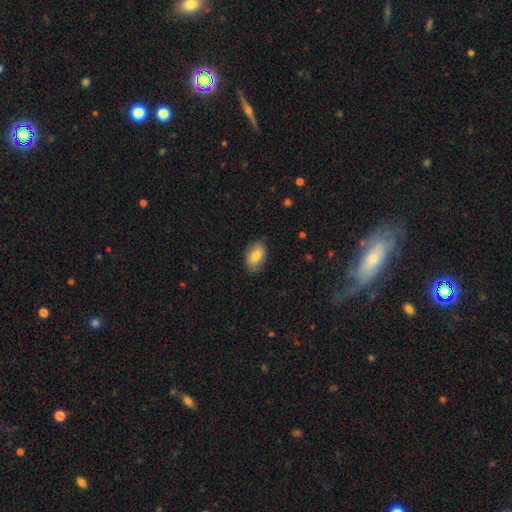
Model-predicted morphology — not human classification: smooth 82%, featured or disk 11%, star or artifact 7%. Down the decision tree: how rounded — in between (89%); merging — none (85%).